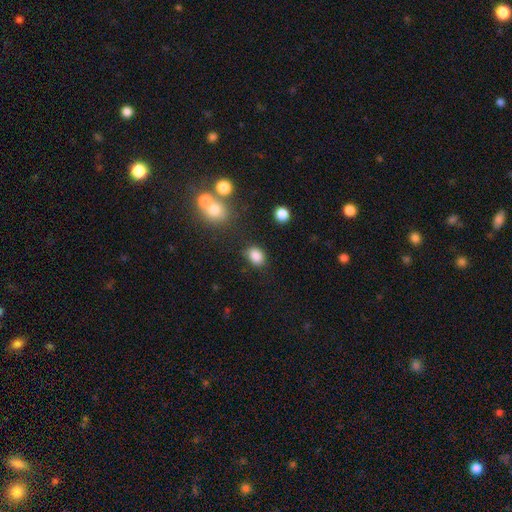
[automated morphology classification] Smooth or featured: smooth — 85% (star or artifact — 10%)
How rounded: in between — 66% (round — 33%)
Merging: none — 76% (minor disturbance — 15%)